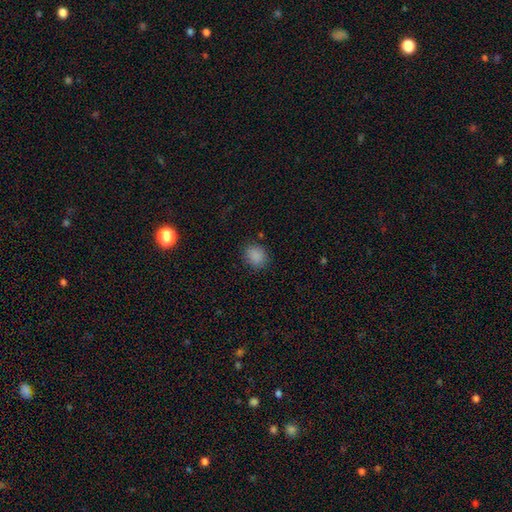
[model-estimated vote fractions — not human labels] Q: Smooth or featured?
A: smooth (86%); runner-up: star or artifact (10%)
Q: How rounded?
A: round (67%); runner-up: in between (32%)
Q: Merging?
A: none (84%); runner-up: minor disturbance (11%)